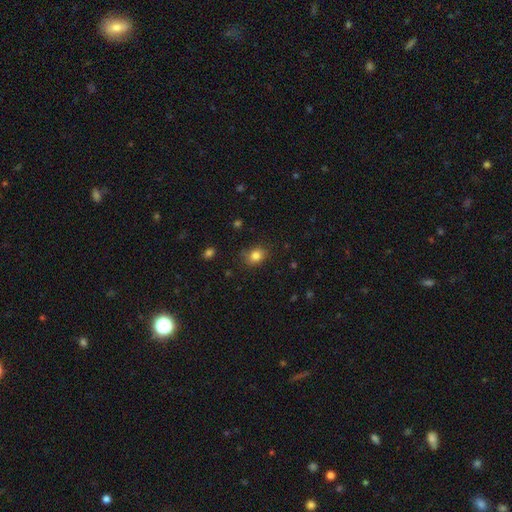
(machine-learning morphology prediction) The model was most divided on "how rounded": round: 55%, in between: 44%, cigar-shaped: 1%. More confident: smooth or featured — smooth (82%); merging — none (78%).